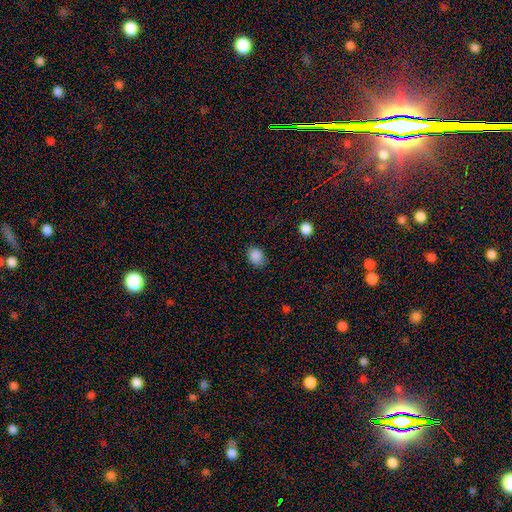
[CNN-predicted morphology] smooth 86%, star or artifact 10%, featured or disk 3%. Down the decision tree: how rounded — round (54%); merging — none (76%).